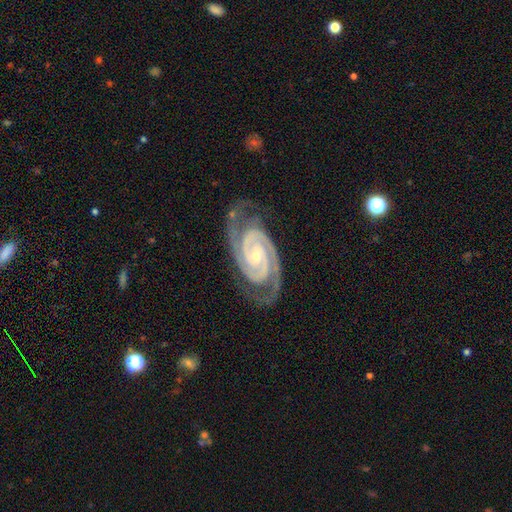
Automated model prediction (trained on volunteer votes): The model was most divided on "bar": no: 57%, weak: 27%, strong: 16%. More confident: spiral arms — yes (99%); edge-on disk — no (98%); smooth or featured — featured or disk (94%); spiral arm count — 2 (90%); merging — none (79%); bulge size — small (77%); spiral winding — tight (75%).